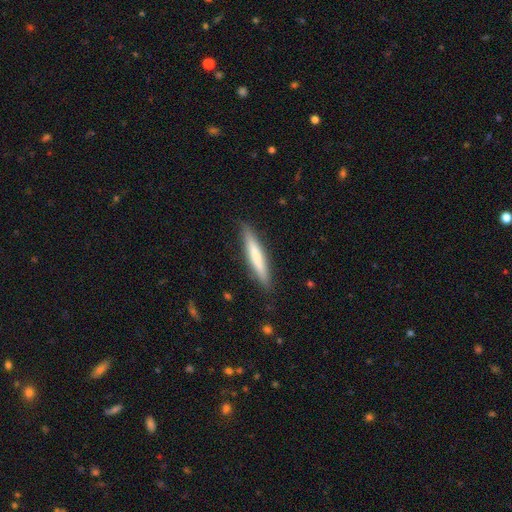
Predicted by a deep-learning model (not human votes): Overall: smooth (59%; featured or disk 34%). How rounded: cigar-shaped (92%). Merging: none (89%).